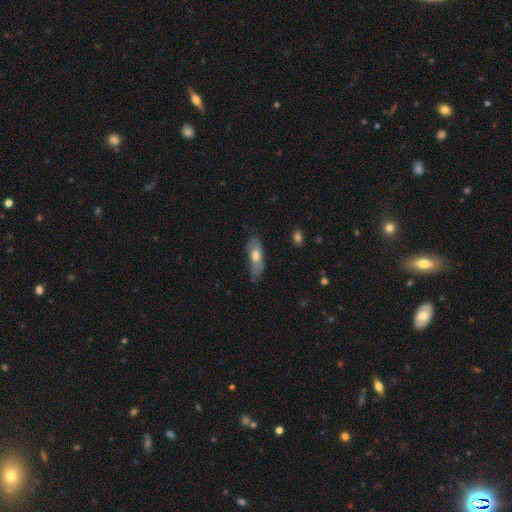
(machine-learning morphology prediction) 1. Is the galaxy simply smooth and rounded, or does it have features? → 63% smooth, 31% featured or disk, 6% star or artifact.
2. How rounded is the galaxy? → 62% in between, 35% cigar-shaped, 3% round.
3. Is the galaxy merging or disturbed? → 54% none, 34% minor disturbance, 10% major disturbance, 2% merger.